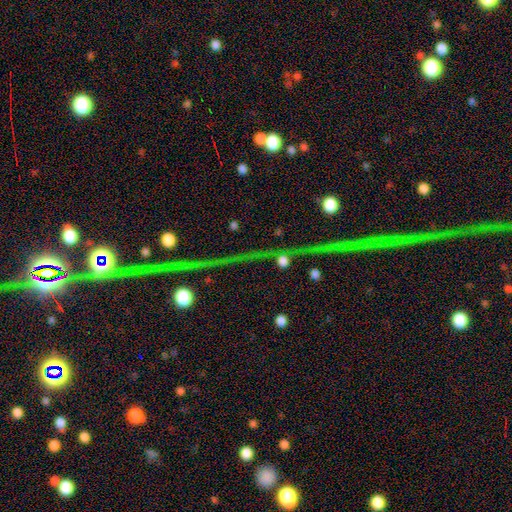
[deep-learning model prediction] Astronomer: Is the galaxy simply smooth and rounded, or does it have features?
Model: star or artifact — 79%.